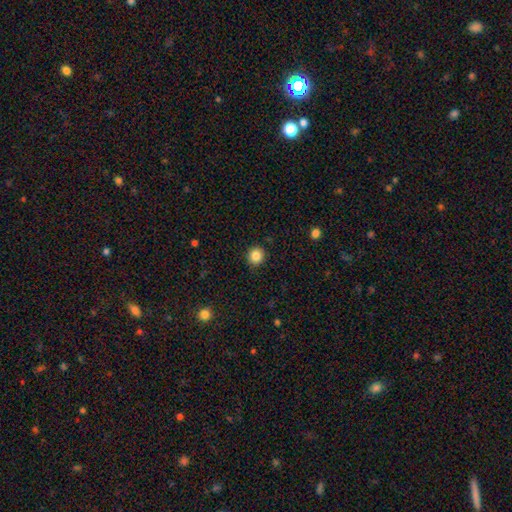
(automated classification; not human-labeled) A smooth galaxy with no disk features (85%) that is round (89%). Merging: none (90%).